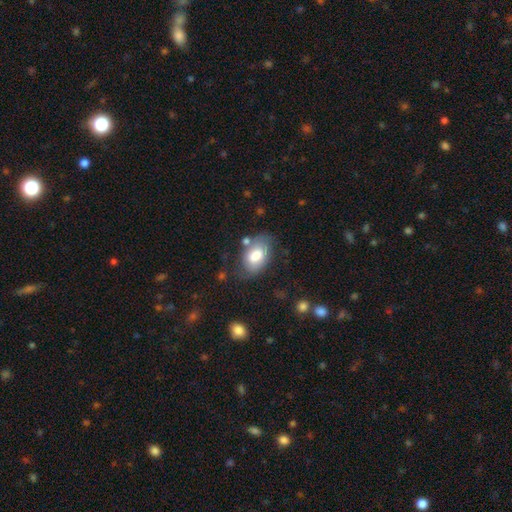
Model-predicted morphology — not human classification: A smooth galaxy with no disk features (72%) that is in between round and cigar-shaped (89%).

Vote fractions:
- Smooth or featured? smooth: 72% / featured or disk: 21% / star or artifact: 7%
- How rounded? in between: 89% / round: 10% / cigar-shaped: 1%
- Merging? none: 63% / minor disturbance: 23% / major disturbance: 9% / merger: 6%